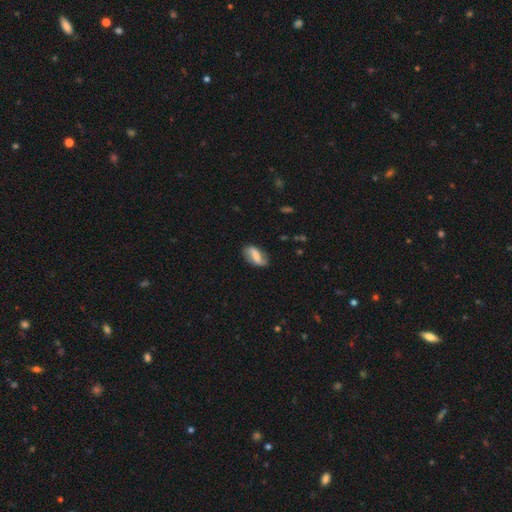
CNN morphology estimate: Smooth or featured: featured or disk — 60% (smooth — 32%)
Edge-on disk: no — 95% (yes — 5%)
Bar: weak — 40% (strong — 37%)
Spiral arms: yes — 88% (no — 12%)
Spiral winding: loose — 66% (medium — 24%)
Spiral arm count: 2 — 88% (can't tell — 5%)
Bulge size: small — 31% (moderate — 30%)
Merging: none — 76% (minor disturbance — 17%)